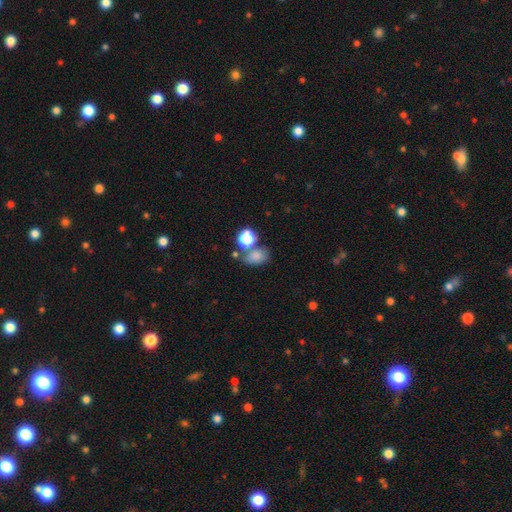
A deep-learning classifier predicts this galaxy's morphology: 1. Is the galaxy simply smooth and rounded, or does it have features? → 76% smooth, 14% star or artifact, 9% featured or disk.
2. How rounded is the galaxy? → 69% in between, 29% round, 2% cigar-shaped.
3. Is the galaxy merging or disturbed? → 48% none, 29% merger, 15% minor disturbance, 8% major disturbance.